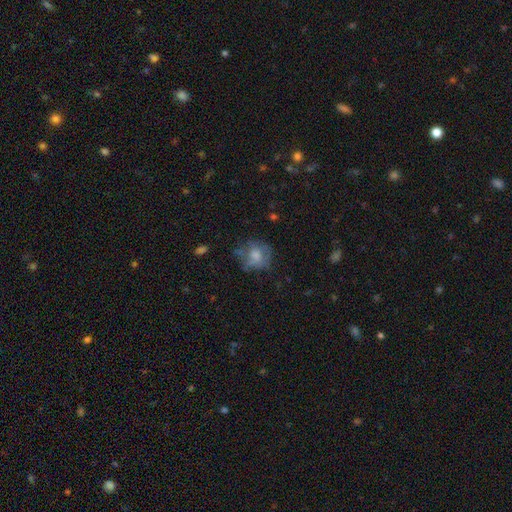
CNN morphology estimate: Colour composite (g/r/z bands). It shows a smooth galaxy with no disk features (57%) that is round (70%). Merging: none (50%).